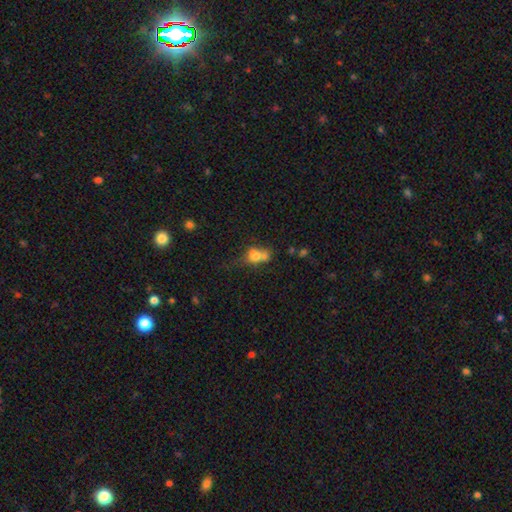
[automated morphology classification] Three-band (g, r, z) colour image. It shows a smooth galaxy with no disk features (69%) that is round (51%). Merging: merger (49%).